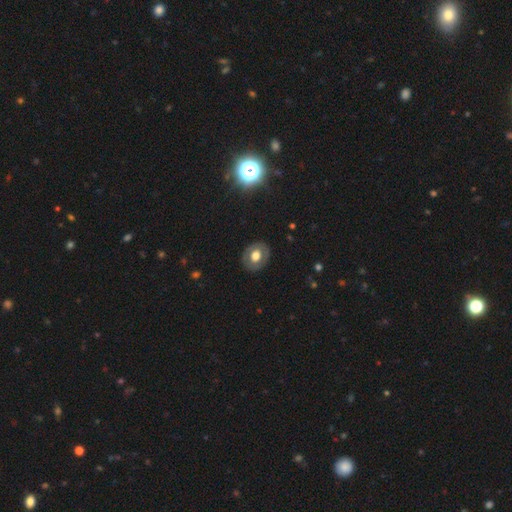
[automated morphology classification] smooth-or-featured: smooth: 54% | featured or disk: 38% | star or artifact: 8%
  how-rounded: round: 53% | in between: 46% | cigar-shaped: 1%
  merging: none: 85% | minor disturbance: 10% | major disturbance: 4% | merger: 1%